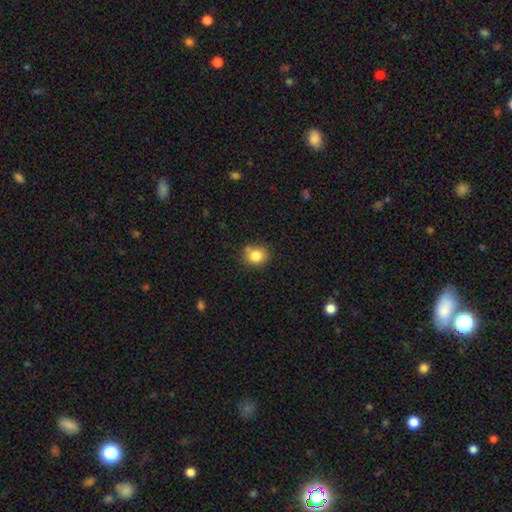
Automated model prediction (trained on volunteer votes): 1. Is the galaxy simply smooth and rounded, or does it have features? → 83% smooth, 10% star or artifact, 6% featured or disk.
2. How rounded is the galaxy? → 72% round, 27% in between, 1% cigar-shaped.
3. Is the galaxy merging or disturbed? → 75% none, 16% minor disturbance, 5% merger, 4% major disturbance.